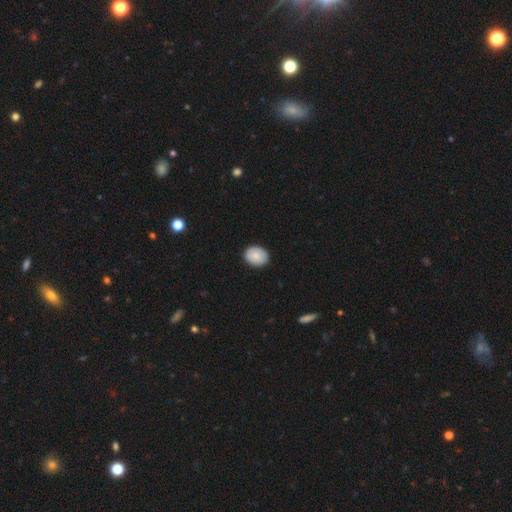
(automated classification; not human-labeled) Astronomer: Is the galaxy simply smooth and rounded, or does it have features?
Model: smooth — 84%.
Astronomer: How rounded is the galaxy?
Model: in between — 58% (runner-up: round, 41%).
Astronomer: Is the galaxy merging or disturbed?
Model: none — 89%.